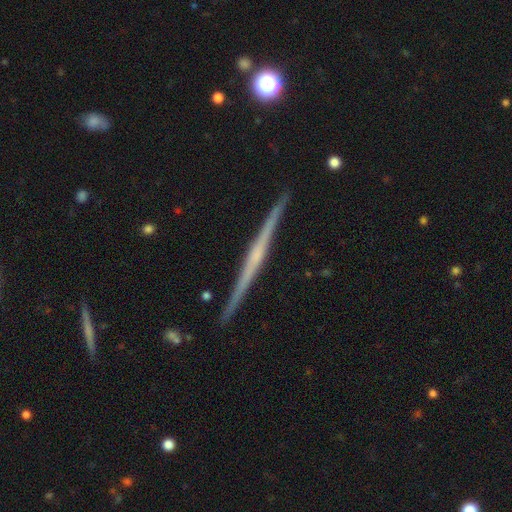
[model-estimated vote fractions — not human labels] Smooth or featured?
  - featured or disk: 79% *
  - smooth: 16%
  - star or artifact: 6%
Edge-on disk?
  - yes: 98% *
  - no: 2%
Edge-on bulge?
  - none: 47% *
  - rounded: 42%
  - boxy: 12%
Merging?
  - none: 92% *
  - minor disturbance: 6%
  - merger: 1%
  - major disturbance: 1%